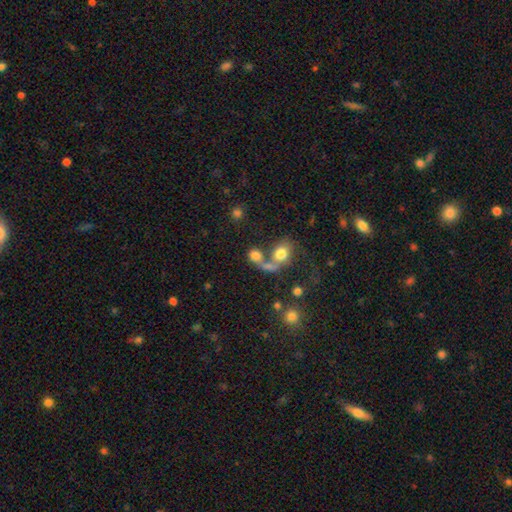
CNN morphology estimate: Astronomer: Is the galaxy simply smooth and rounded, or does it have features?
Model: smooth — 71%.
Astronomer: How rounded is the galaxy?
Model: round — 62%.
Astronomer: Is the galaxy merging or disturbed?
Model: merger — 54%.